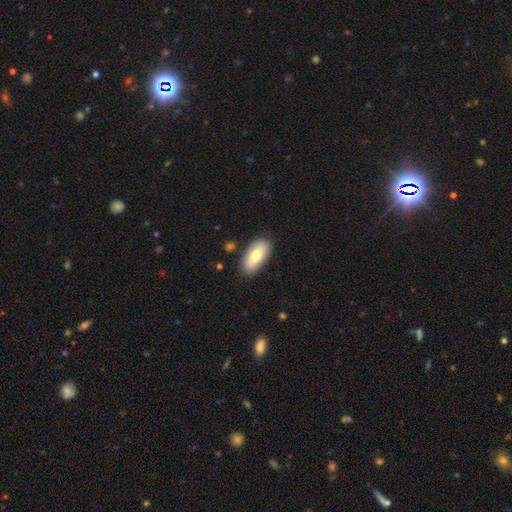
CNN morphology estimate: Overall: smooth (76%). How rounded: in between (91%). Merging: none (85%).